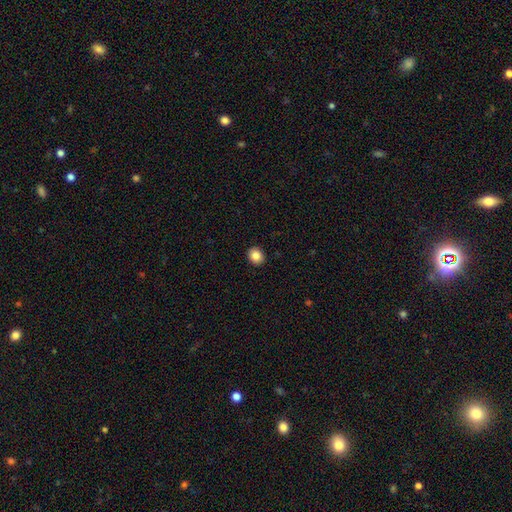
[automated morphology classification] smooth-or-featured: smooth: 85% | star or artifact: 9% | featured or disk: 5%
  how-rounded: round: 72% | in between: 28% | cigar-shaped: 1%
  merging: none: 92% | minor disturbance: 5% | major disturbance: 2% | merger: 1%